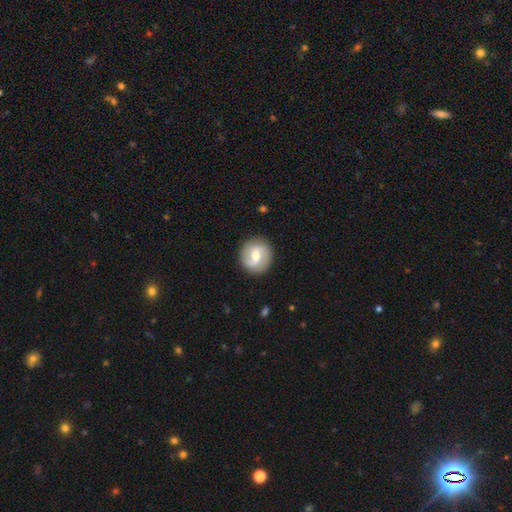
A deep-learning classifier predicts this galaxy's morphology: Smooth or featured: featured or disk — 68% (smooth — 26%)
Edge-on disk: no — 97% (yes — 3%)
Bar: weak — 51% (no — 28%)
Spiral arms: yes — 87% (no — 13%)
Spiral winding: medium — 44% (loose — 32%)
Spiral arm count: 2 — 90% (can't tell — 5%)
Bulge size: moderate — 68% (small — 26%)
Merging: none — 89% (minor disturbance — 8%)